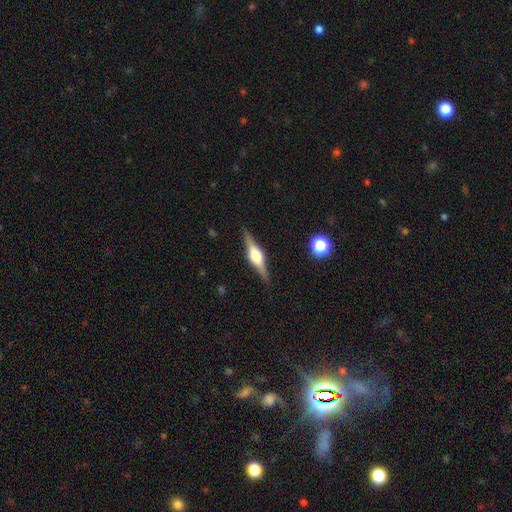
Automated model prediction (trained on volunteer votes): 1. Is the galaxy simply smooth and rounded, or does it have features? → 75% featured or disk, 19% smooth, 6% star or artifact.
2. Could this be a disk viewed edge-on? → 97% yes, 3% no.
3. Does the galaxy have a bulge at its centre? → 88% rounded, 10% boxy, 2% none.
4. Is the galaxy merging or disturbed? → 88% none, 9% minor disturbance, 2% major disturbance, 1% merger.